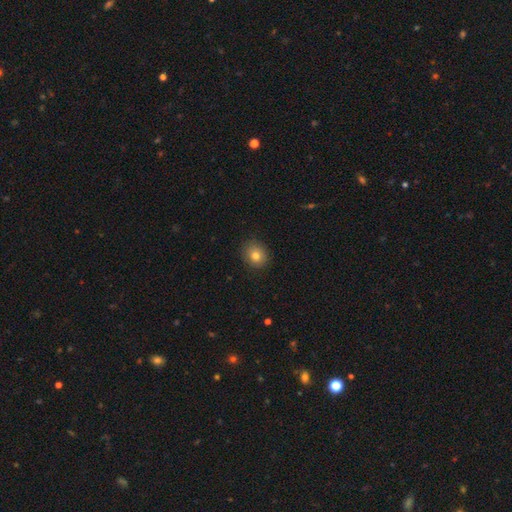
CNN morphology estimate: smooth 80%, star or artifact 11%, featured or disk 9%. Down the decision tree: how rounded — round (75%); merging — none (87%).